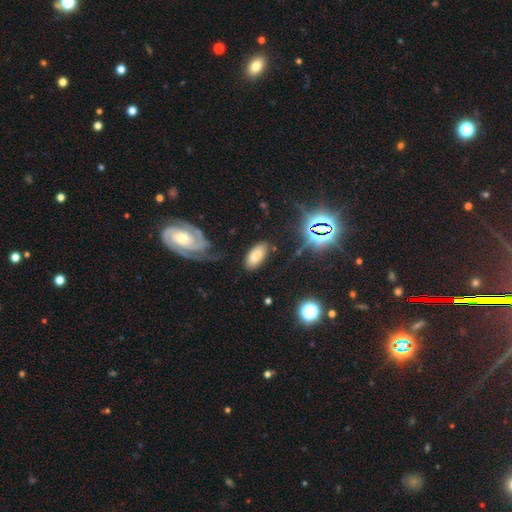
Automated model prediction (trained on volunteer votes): Morphology: type=smooth (74%); roundness=in between (93%); merging=none (75%).